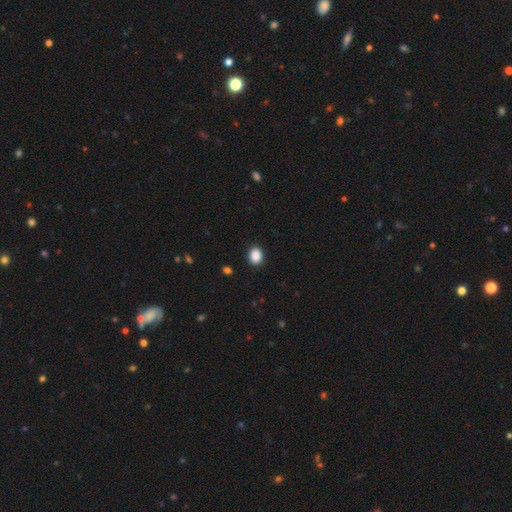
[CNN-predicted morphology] A smooth galaxy with no disk features (89%) that is in between round and cigar-shaped (50%). Merging: none (90%).